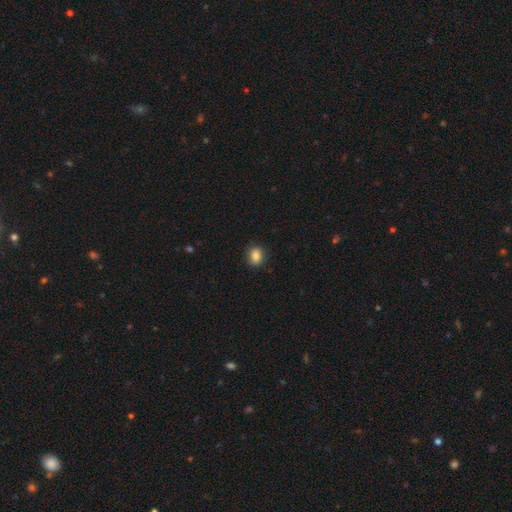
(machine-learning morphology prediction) Overall: smooth (85%). How rounded: in between (57%; round 41%). Merging: none (86%).